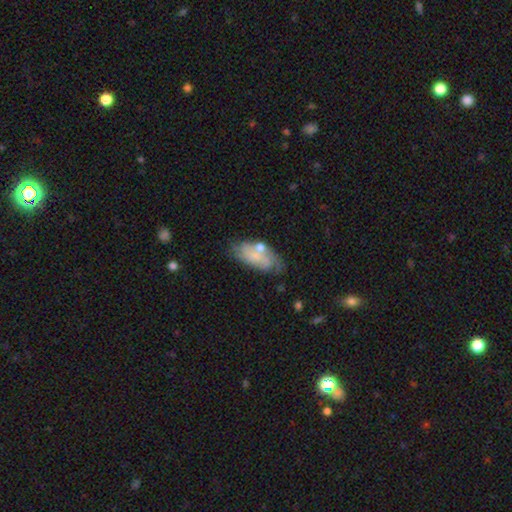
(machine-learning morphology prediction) The model was most divided on "smooth or featured": smooth: 49%, featured or disk: 43%, star or artifact: 8%. More confident: merging — none (53%).